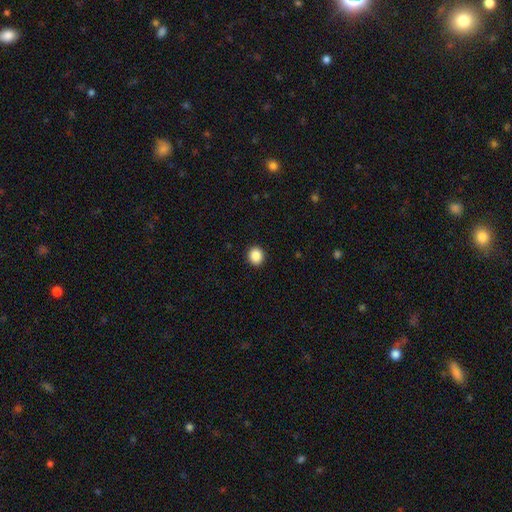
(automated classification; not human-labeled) Smooth or featured?
  - smooth: 88% *
  - star or artifact: 9%
  - featured or disk: 3%
How rounded?
  - round: 78% *
  - in between: 21%
  - cigar-shaped: 1%
Merging?
  - none: 92% *
  - minor disturbance: 5%
  - major disturbance: 2%
  - merger: 1%